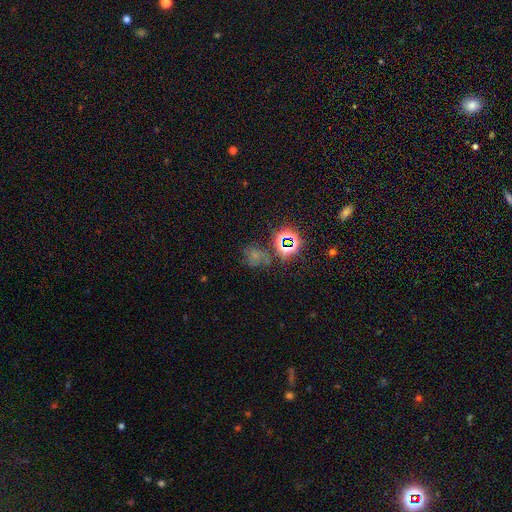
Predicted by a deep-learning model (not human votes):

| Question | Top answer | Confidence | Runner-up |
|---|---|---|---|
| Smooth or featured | smooth | 44% | star or artifact (40%) |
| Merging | none | 55% | minor disturbance (21%) |